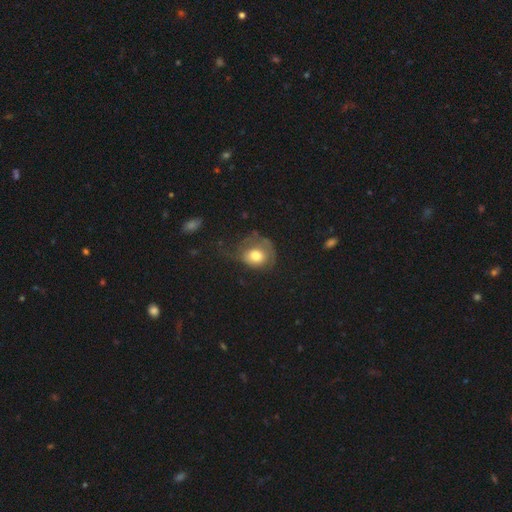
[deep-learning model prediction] smooth_or_featured: smooth (p=0.65) [alt: featured or disk p=0.27]
how_rounded: round (p=0.65) [alt: in between p=0.34]
merging: major disturbance (p=0.38) [alt: none p=0.32]